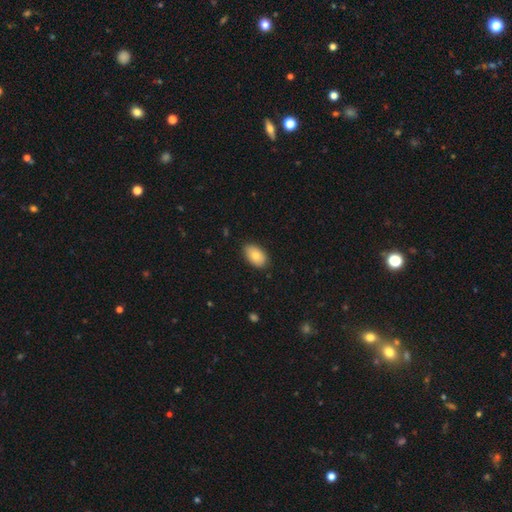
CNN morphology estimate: Smooth or featured? smooth (81%)
How rounded? in between (92%)
Merging? none (86%)